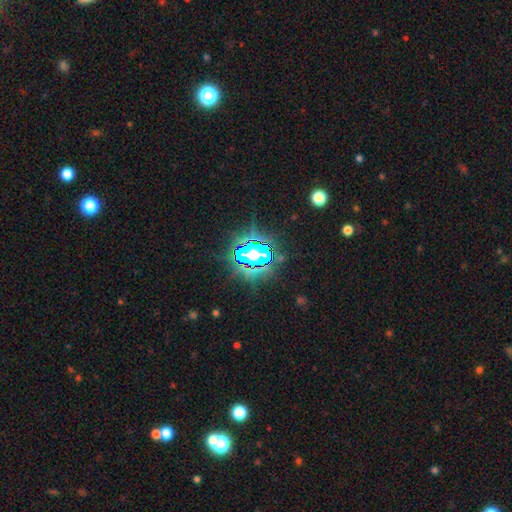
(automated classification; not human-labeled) Smooth or featured: star or artifact — 81% (smooth — 11%)